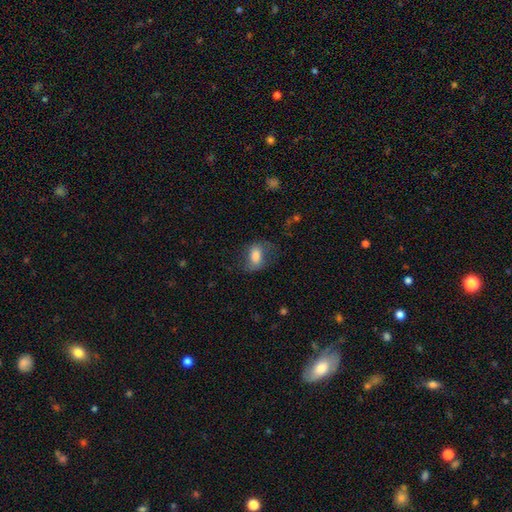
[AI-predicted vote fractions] This appears to be a smooth galaxy with no disk features (71%) that is in between round and cigar-shaped (84%). Merging: none (55%).